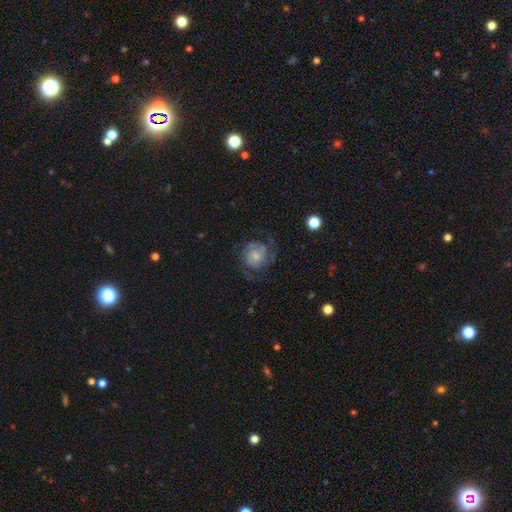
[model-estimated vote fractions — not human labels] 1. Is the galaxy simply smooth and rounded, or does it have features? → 56% featured or disk, 36% smooth, 8% star or artifact.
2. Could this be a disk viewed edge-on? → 98% no, 2% yes.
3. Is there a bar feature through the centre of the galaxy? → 77% no, 20% weak, 3% strong.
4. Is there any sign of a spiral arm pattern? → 77% yes, 23% no.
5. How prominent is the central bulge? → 53% small, 34% moderate, 7% none, 5% large, 2% dominant.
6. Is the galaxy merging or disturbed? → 53% none, 24% major disturbance, 22% minor disturbance, 2% merger.